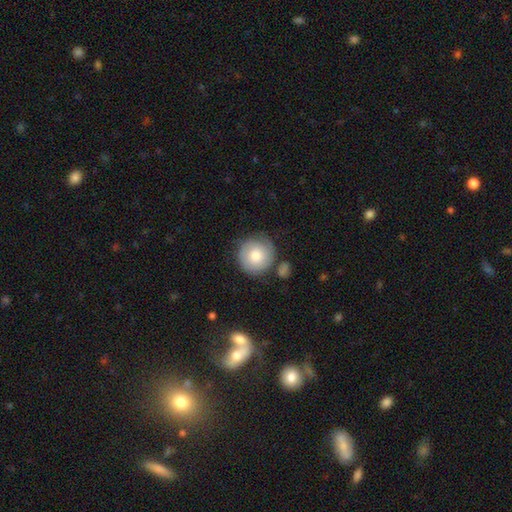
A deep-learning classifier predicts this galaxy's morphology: Smooth or featured: smooth — 70% (featured or disk — 23%)
How rounded: round — 94% (in between — 5%)
Merging: none — 73% (minor disturbance — 16%)